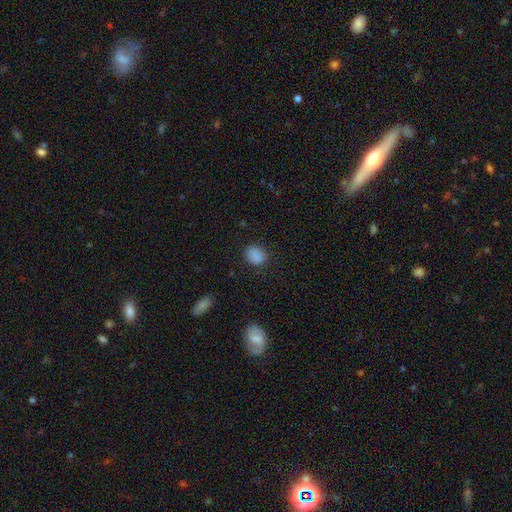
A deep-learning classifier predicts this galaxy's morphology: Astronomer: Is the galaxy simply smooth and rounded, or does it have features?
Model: smooth — 86%.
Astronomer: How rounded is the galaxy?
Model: round — 59% (runner-up: in between, 40%).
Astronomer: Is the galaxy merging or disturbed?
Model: none — 83%.